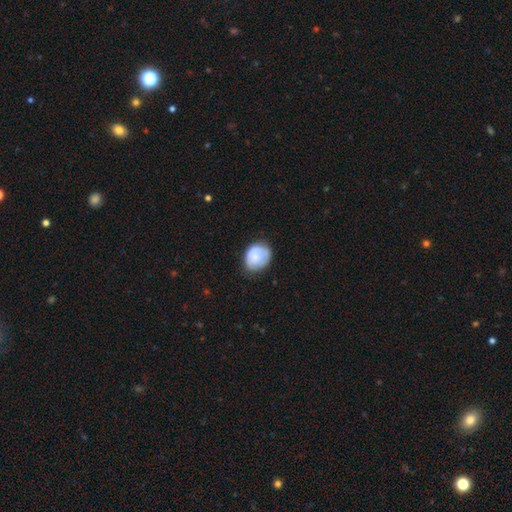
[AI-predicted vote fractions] A smooth galaxy with no disk features (77%) that is round (54%).

Vote fractions:
- Smooth or featured? smooth: 77% / featured or disk: 17% / star or artifact: 7%
- How rounded? round: 54% / in between: 45% / cigar-shaped: 1%
- Merging? none: 64% / minor disturbance: 28% / major disturbance: 7% / merger: 2%